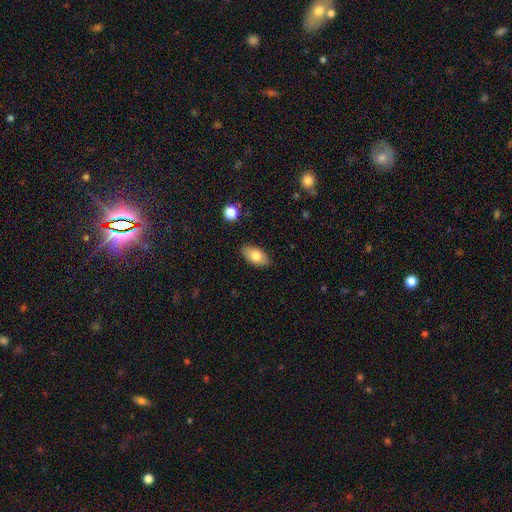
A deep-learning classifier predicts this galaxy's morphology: smooth 78%, featured or disk 15%, star or artifact 7%. Down the decision tree: how rounded — in between (92%); merging — none (86%).